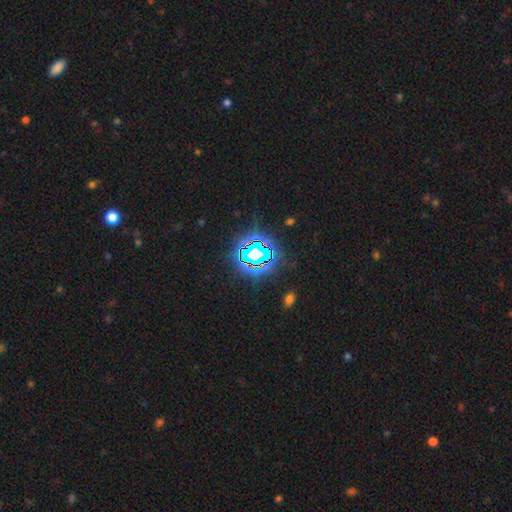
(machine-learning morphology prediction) Q: Smooth or featured?
A: star or artifact (76%); runner-up: smooth (13%)